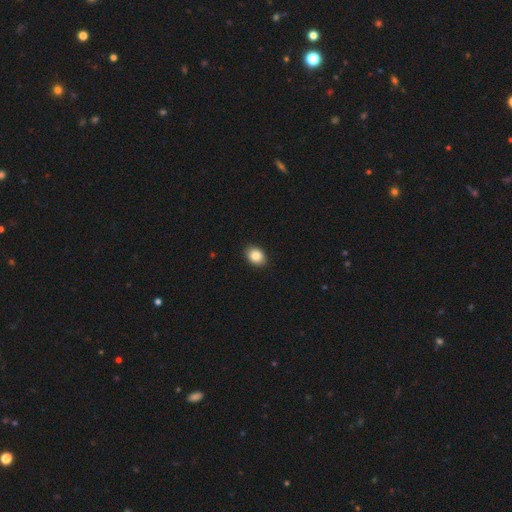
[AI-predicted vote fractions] The model was most divided on "how rounded": in between: 69%, round: 30%, cigar-shaped: 1%. More confident: merging — none (90%); smooth or featured — smooth (87%).